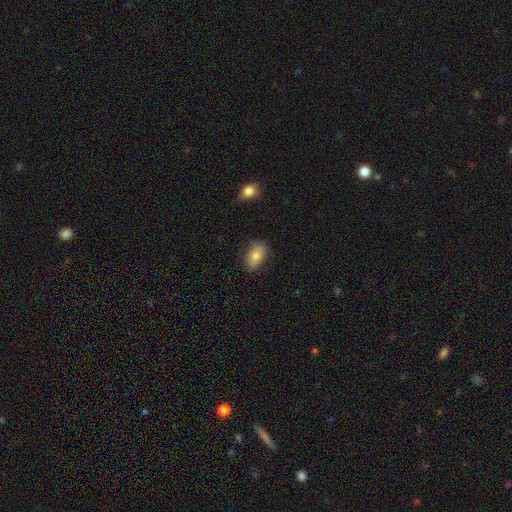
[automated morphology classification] This appears to be a smooth galaxy with no disk features (77%) that is in between round and cigar-shaped (91%). Merging: none (82%).